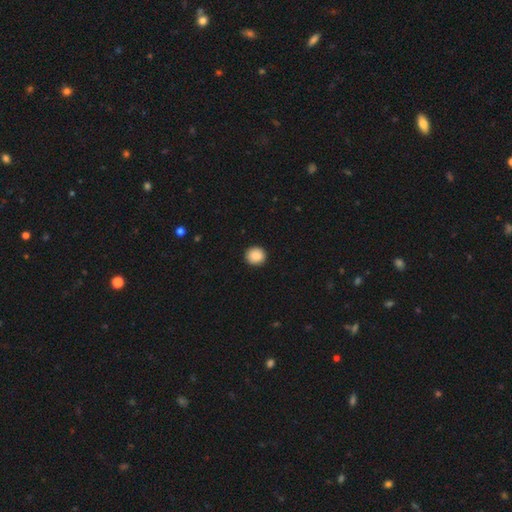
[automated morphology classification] smooth-or-featured: smooth: 89% | star or artifact: 8% | featured or disk: 3%
  how-rounded: round: 89% | in between: 10% | cigar-shaped: 1%
  merging: none: 92% | minor disturbance: 6% | major disturbance: 2% | merger: 1%